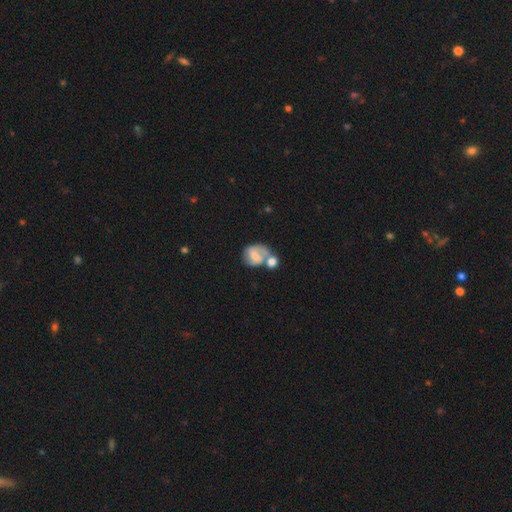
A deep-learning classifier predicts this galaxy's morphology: Smooth or featured? featured or disk (50%)
Merging? merger (47%)